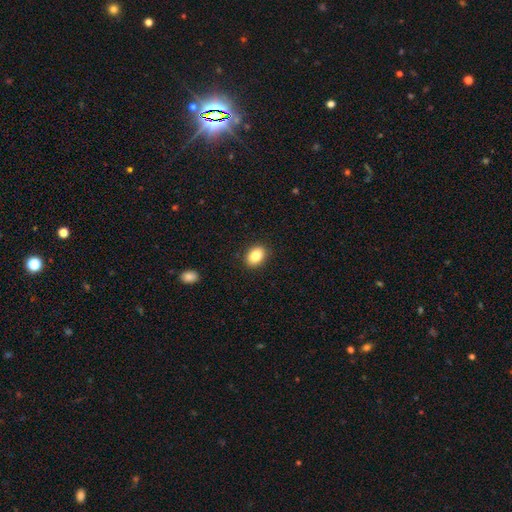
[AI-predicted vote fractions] Smooth or featured? Predicted: smooth (p=0.85). How rounded? Predicted: in between (p=0.74). Merging? Predicted: none (p=0.90).